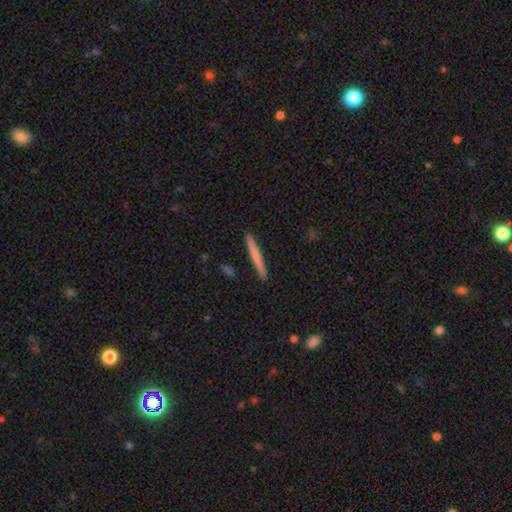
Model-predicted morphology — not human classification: Overall: smooth (65%; featured or disk 29%). How rounded: cigar-shaped (97%). Merging: none (92%).